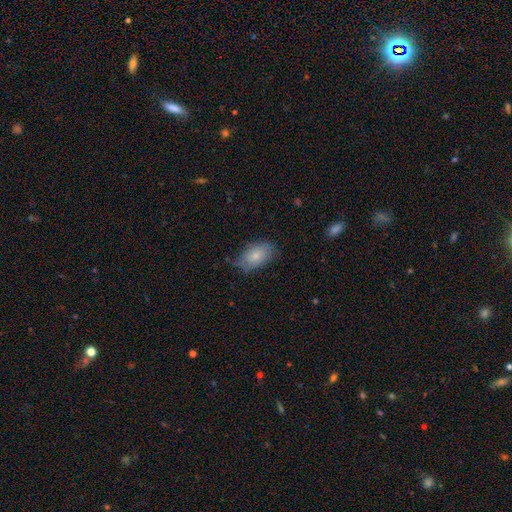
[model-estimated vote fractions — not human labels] smooth-or-featured: smooth: 78% | featured or disk: 15% | star or artifact: 7%
  how-rounded: in between: 92% | round: 6% | cigar-shaped: 2%
  merging: none: 66% | minor disturbance: 26% | major disturbance: 6% | merger: 1%